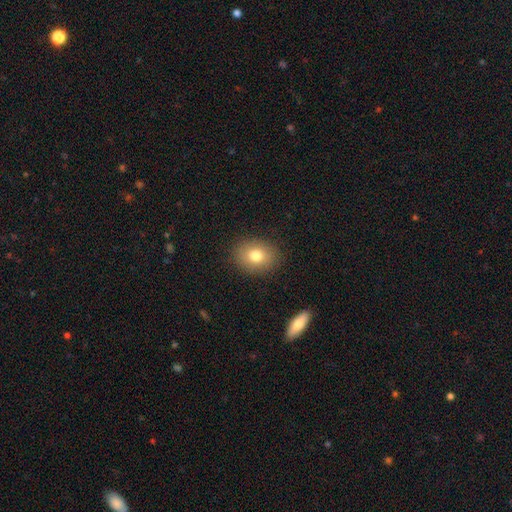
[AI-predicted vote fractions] The model was most divided on "how rounded": in between: 53%, round: 46%, cigar-shaped: 1%. More confident: merging — none (88%); smooth or featured — smooth (78%).